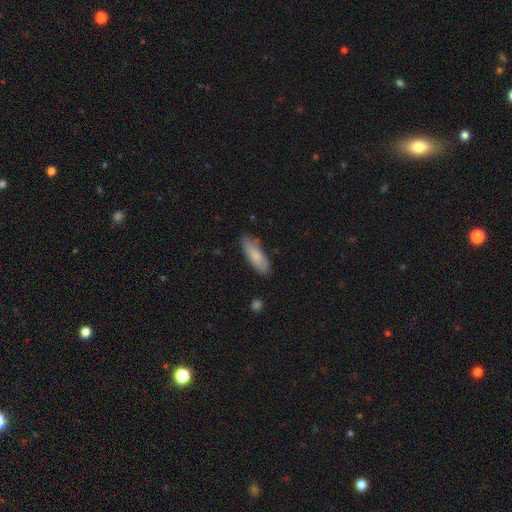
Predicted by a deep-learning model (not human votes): This appears to be a smooth galaxy with no disk features (83%) that is in between round and cigar-shaped (59%). Merging: none (80%).